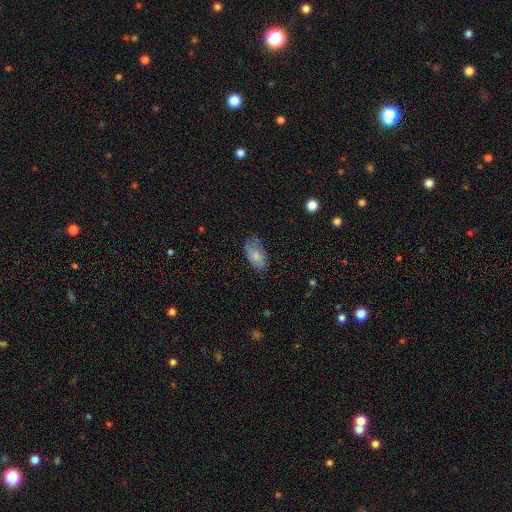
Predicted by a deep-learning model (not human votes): A smooth galaxy with no disk features (73%) that is in between round and cigar-shaped (93%). Merging: none (57%).